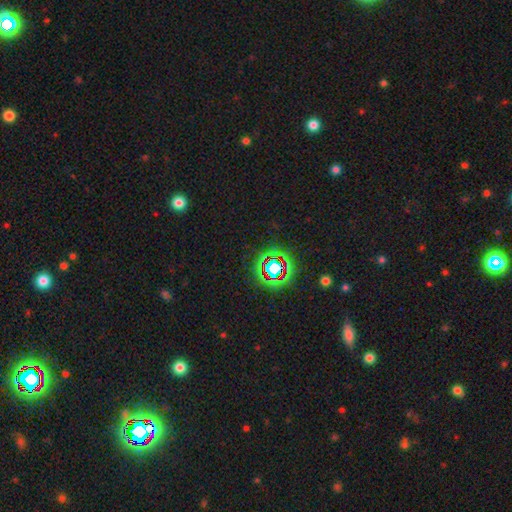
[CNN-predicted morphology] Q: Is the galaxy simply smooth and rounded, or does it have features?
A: star or artifact — 74%.